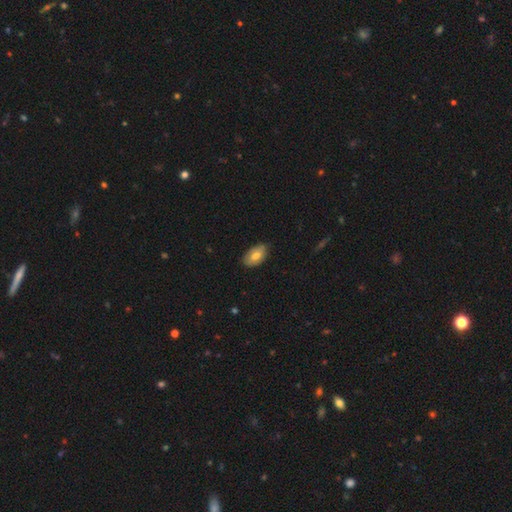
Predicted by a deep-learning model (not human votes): smooth_or_featured: smooth (p=0.70) [alt: featured or disk p=0.23]
how_rounded: in between (p=0.93) [alt: round p=0.05]
merging: none (p=0.78) [alt: minor disturbance p=0.18]